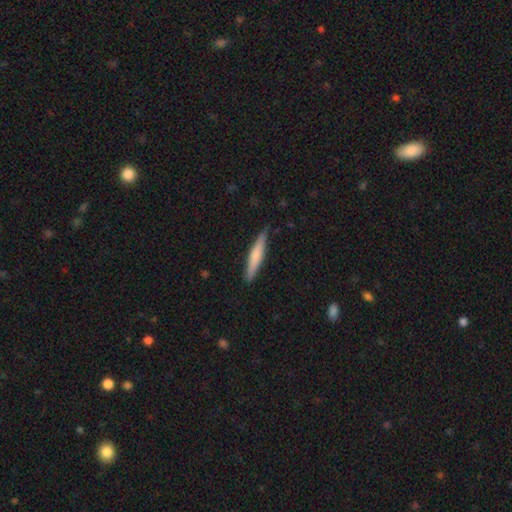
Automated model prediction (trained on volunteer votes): Overall: smooth (63%; featured or disk 32%). How rounded: cigar-shaped (93%). Merging: none (88%).